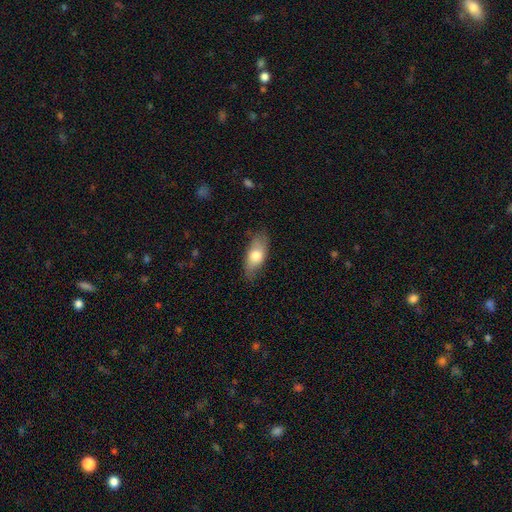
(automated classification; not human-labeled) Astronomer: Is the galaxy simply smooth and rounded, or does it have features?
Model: smooth — 71%.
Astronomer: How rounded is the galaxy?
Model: in between — 84%.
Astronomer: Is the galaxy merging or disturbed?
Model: none — 76%.